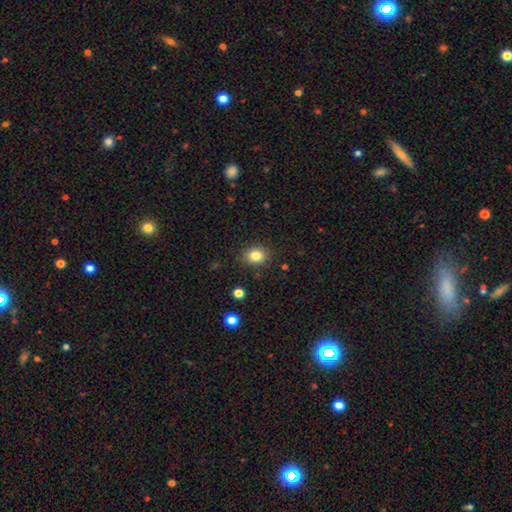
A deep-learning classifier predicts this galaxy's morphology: smooth-or-featured: smooth: 83% | star or artifact: 11% | featured or disk: 7%
  how-rounded: round: 63% | in between: 37% | cigar-shaped: 1%
  merging: none: 87% | minor disturbance: 9% | major disturbance: 3% | merger: 1%